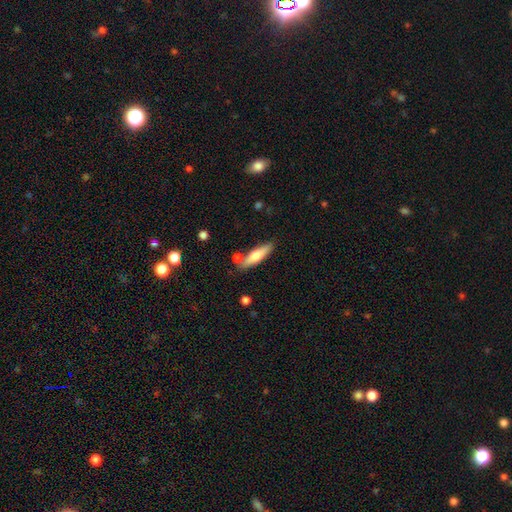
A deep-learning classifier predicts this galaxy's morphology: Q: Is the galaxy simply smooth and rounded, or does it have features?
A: smooth — 59%.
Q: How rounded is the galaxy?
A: cigar-shaped — 69%.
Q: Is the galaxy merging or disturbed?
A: none — 76%.